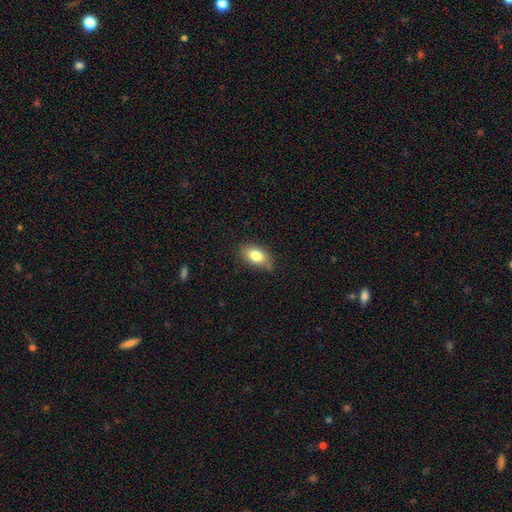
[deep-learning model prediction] This appears to be a smooth galaxy with no disk features (80%) that is in between round and cigar-shaped (86%). Merging: none (69%).